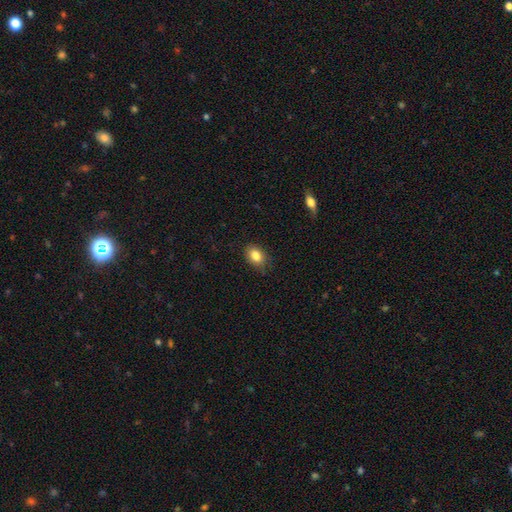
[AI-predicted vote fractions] Morphology: type=smooth (84%); roundness=in between (77%); merging=none (80%).